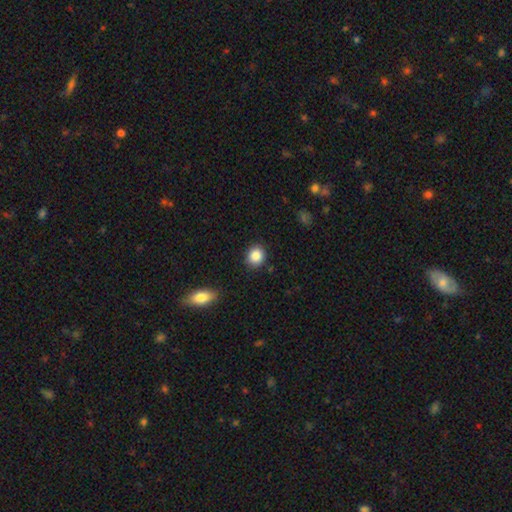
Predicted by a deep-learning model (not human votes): This appears to be a smooth galaxy with no disk features (87%) that is round (75%). Merging: none (87%).